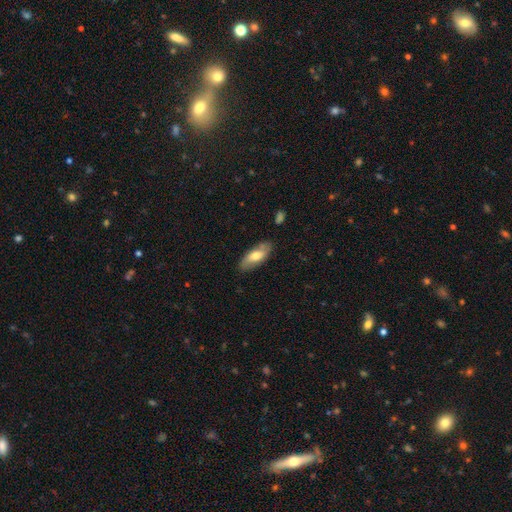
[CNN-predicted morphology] type=smooth (63%); roundness=in between (79%); merging=none (81%).